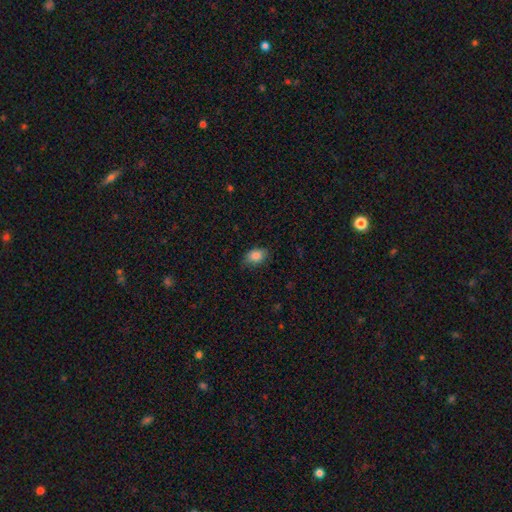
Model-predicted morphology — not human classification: Overall: smooth (85%). How rounded: in between (83%). Merging: none (77%).